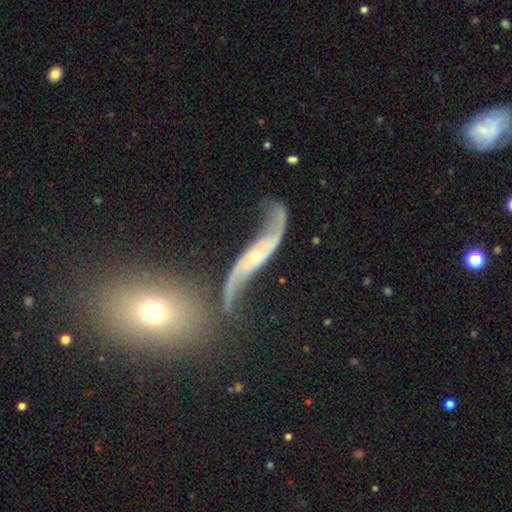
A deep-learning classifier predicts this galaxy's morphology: smooth_or_featured: featured or disk (p=0.86) [alt: smooth p=0.07]
disk_edge_on: no (p=0.85) [alt: yes p=0.15]
bar: no (p=0.53) [alt: weak p=0.29]
has_spiral_arms: yes (p=0.94) [alt: no p=0.06]
spiral_winding: loose (p=0.87) [alt: medium p=0.09]
spiral_arm_count: 2 (p=0.93) [alt: can't tell p=0.02]
bulge_size: small (p=0.74) [alt: moderate p=0.21]
merging: none (p=0.47) [alt: minor disturbance p=0.20]